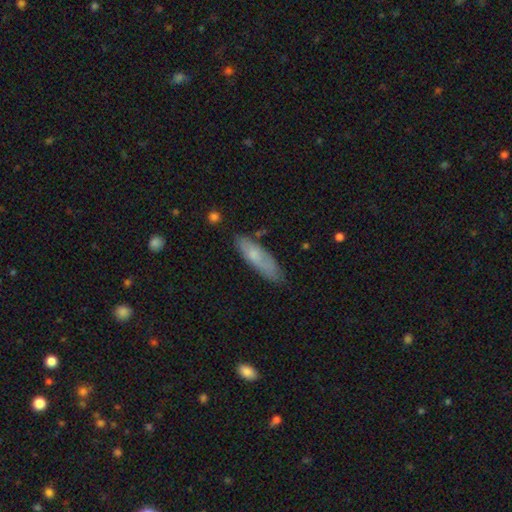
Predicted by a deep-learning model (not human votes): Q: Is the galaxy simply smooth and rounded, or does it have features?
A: smooth — 70%.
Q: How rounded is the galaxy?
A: cigar-shaped — 58%.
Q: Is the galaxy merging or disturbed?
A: none — 71%.